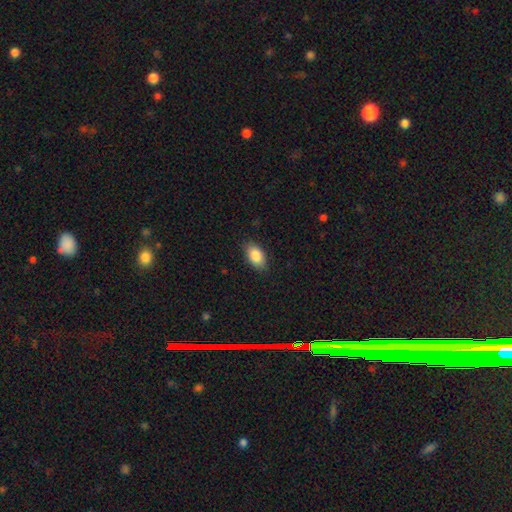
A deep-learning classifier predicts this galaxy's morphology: smooth-or-featured: smooth: 87% | star or artifact: 7% | featured or disk: 7%
  how-rounded: in between: 91% | round: 7% | cigar-shaped: 2%
  merging: none: 85% | minor disturbance: 12% | major disturbance: 3% | merger: 1%